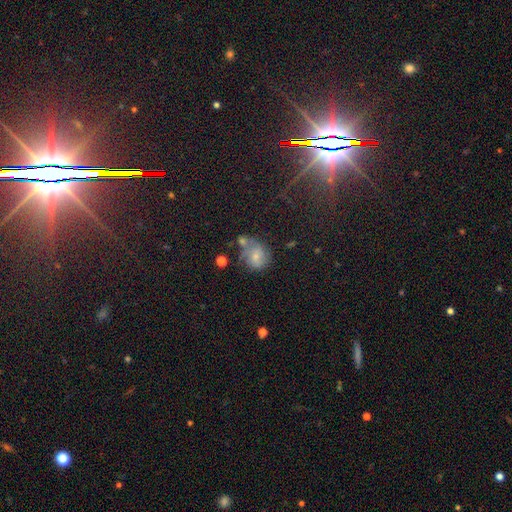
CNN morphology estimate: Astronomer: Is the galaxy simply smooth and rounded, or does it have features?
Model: smooth — 55% (runner-up: featured or disk, 31%).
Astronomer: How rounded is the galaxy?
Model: round — 61% (runner-up: in between, 38%).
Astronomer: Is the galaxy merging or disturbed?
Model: none — 37% (runner-up: minor disturbance, 24%).